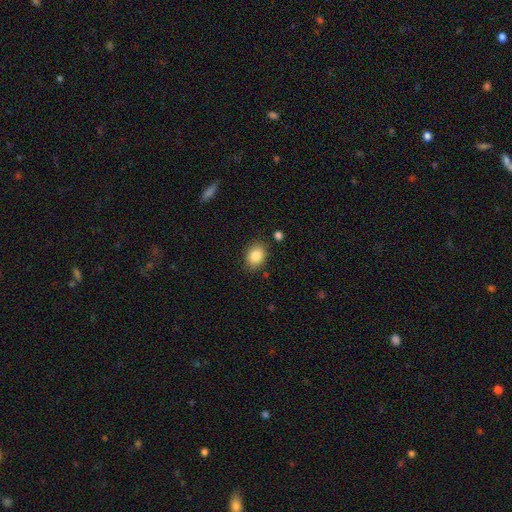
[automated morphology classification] Q: Smooth or featured?
A: smooth (86%); runner-up: star or artifact (8%)
Q: How rounded?
A: in between (65%); runner-up: round (34%)
Q: Merging?
A: none (83%); runner-up: minor disturbance (12%)